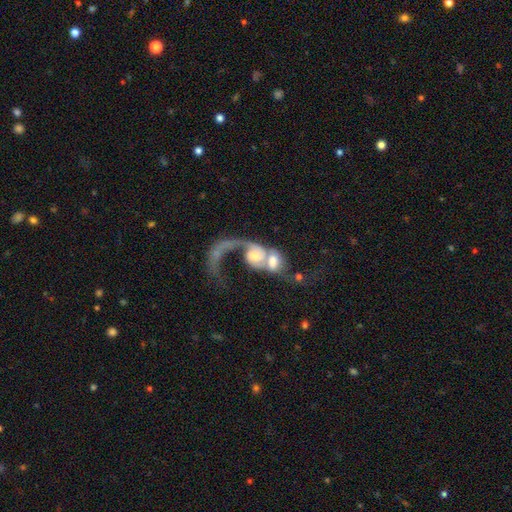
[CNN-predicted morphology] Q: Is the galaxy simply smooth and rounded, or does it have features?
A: featured or disk — 68%.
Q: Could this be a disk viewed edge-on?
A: no — 96%.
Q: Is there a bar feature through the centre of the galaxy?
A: no — 68%.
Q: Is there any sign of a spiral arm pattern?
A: yes — 80%.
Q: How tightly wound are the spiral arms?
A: loose — 83%.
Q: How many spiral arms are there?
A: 1 — 70%.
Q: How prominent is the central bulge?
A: moderate — 46%.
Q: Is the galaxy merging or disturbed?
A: merger — 75%.